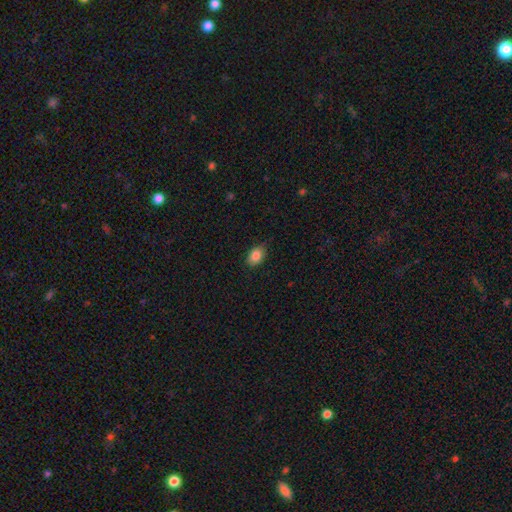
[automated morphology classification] Overall: smooth (86%). How rounded: in between (82%). Merging: none (77%).